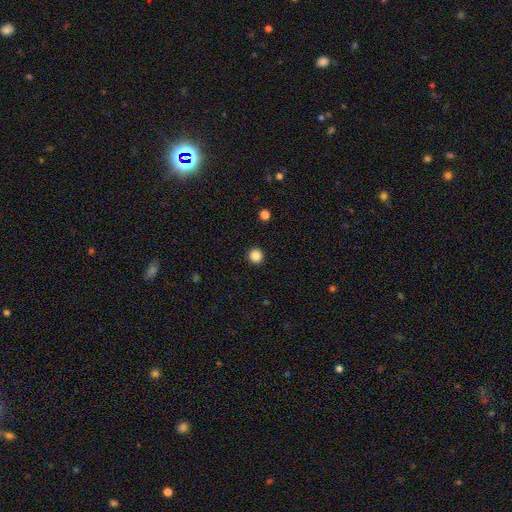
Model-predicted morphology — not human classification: The model was most divided on "smooth or featured": smooth: 86%, star or artifact: 11%, featured or disk: 3%. More confident: how rounded — round (95%); merging — none (94%).